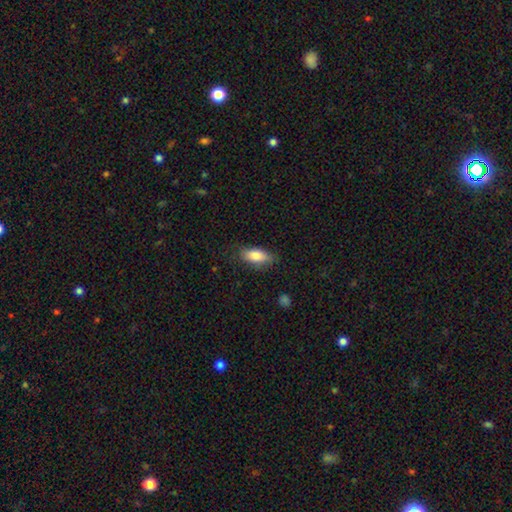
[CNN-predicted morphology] Smooth or featured? smooth (83%)
How rounded? in between (82%)
Merging? none (78%)